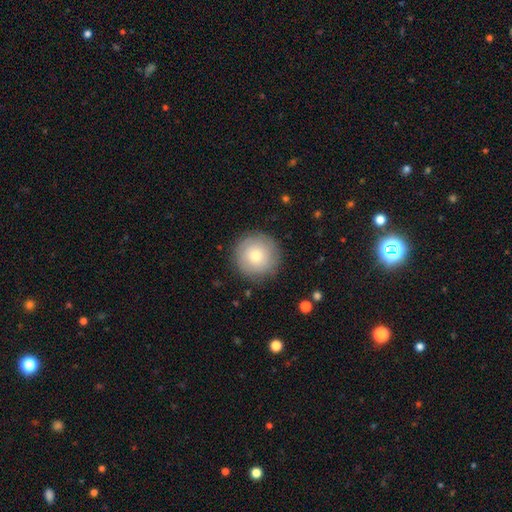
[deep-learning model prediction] Morphology: type=smooth (70%); roundness=round (96%); merging=none (88%).